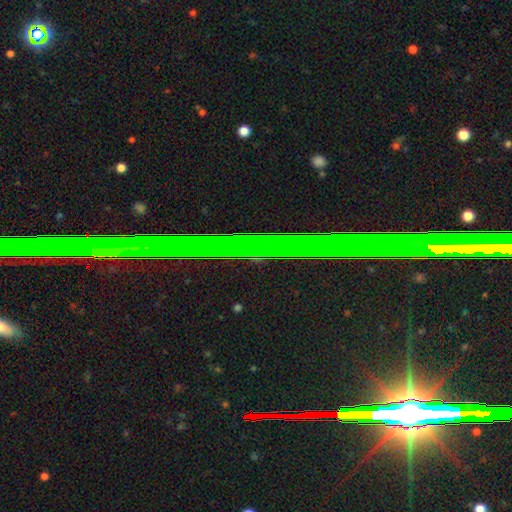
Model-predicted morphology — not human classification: A star or artifact, not a galaxy (64%).